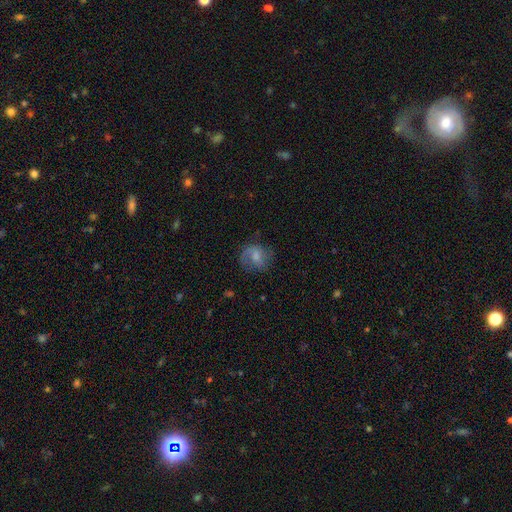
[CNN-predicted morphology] Smooth or featured? smooth (47%)
Merging? none (61%)